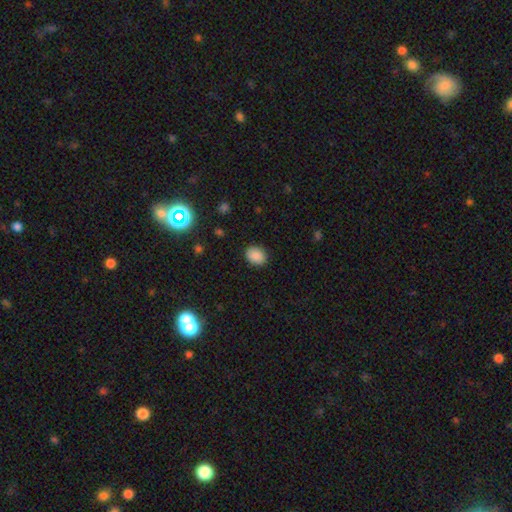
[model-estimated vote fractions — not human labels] Overall: smooth (87%). How rounded: in between (57%; round 42%). Merging: none (88%).